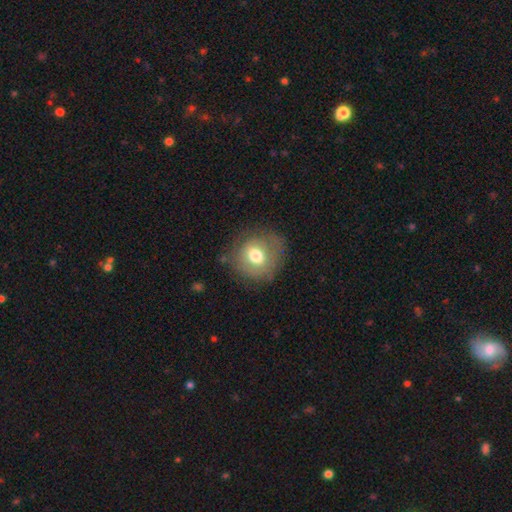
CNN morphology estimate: Q: Smooth or featured?
A: smooth (66%); runner-up: featured or disk (25%)
Q: How rounded?
A: round (83%); runner-up: in between (16%)
Q: Merging?
A: none (72%); runner-up: minor disturbance (18%)